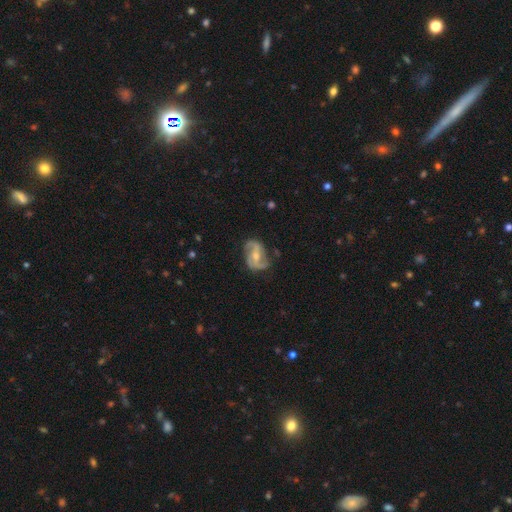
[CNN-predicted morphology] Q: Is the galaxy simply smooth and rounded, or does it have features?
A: featured or disk — 84%.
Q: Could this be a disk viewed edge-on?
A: no — 97%.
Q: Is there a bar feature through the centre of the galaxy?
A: weak — 46%.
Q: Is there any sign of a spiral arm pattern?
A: yes — 95%.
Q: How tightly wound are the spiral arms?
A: medium — 45%.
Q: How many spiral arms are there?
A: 2 — 84%.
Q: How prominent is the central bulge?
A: moderate — 55%.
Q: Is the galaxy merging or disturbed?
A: none — 67%.